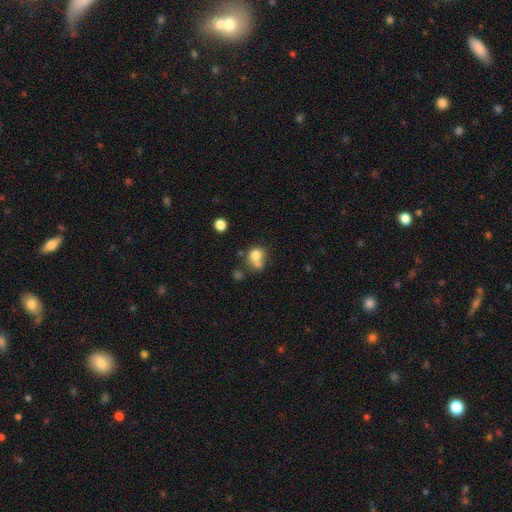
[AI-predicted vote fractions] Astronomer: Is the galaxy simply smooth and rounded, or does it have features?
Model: smooth — 76%.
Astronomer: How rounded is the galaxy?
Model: round — 71%.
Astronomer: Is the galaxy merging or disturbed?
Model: merger — 43% (runner-up: none, 36%).